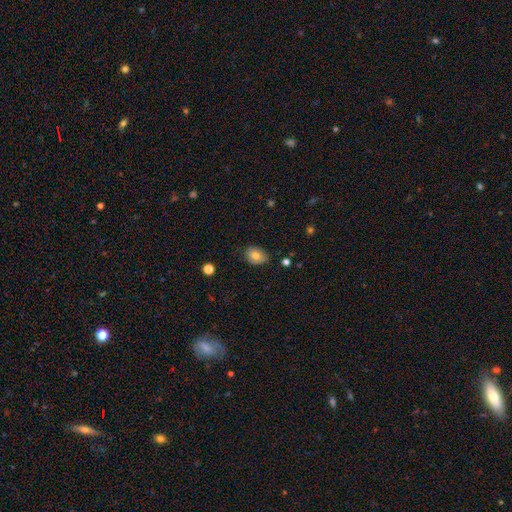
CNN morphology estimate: smooth 73%, featured or disk 18%, star or artifact 9%. Down the decision tree: how rounded — in between (68%); merging — none (80%).